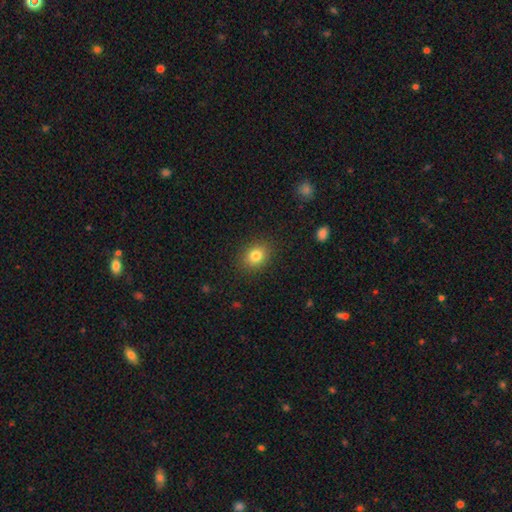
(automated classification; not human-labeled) A smooth galaxy with no disk features (82%) that is round (53%). Merging: none (88%).